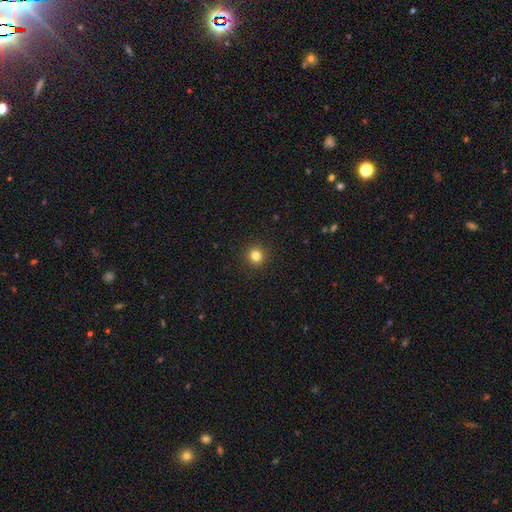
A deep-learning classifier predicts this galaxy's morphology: A smooth galaxy with no disk features (81%) that is round (94%). Merging: none (93%).